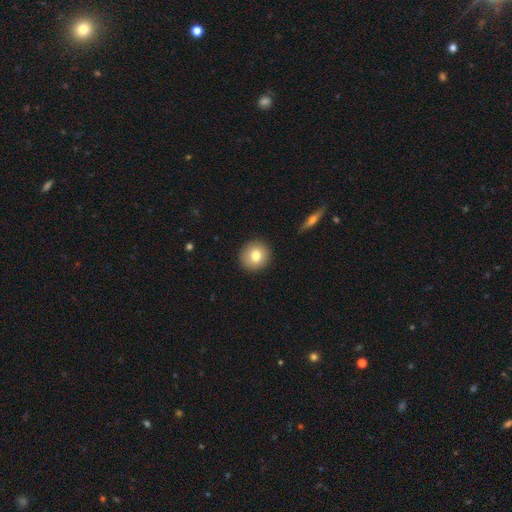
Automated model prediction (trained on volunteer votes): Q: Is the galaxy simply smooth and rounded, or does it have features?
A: smooth — 78%.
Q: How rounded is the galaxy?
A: round — 93%.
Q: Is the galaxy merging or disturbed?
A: none — 91%.